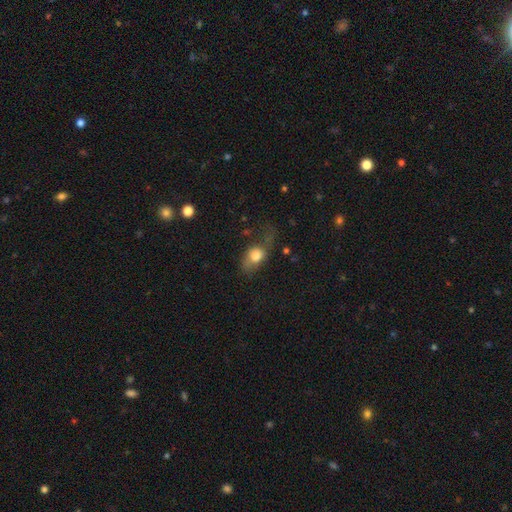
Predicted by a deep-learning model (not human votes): This appears to be a smooth galaxy with no disk features (72%) that is in between round and cigar-shaped (64%). Merging: major disturbance (35%).